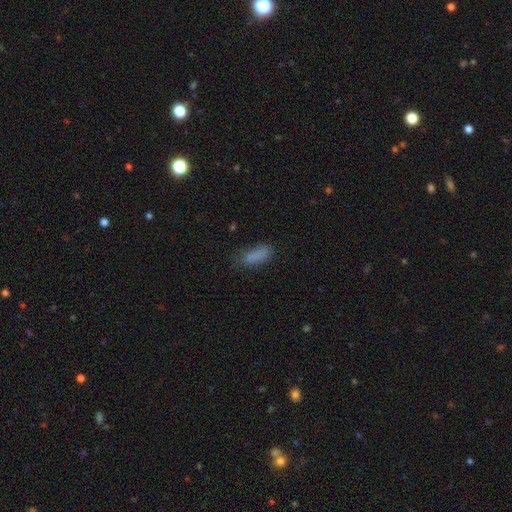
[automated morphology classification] type=smooth (81%); roundness=in between (76%); merging=none (55%).